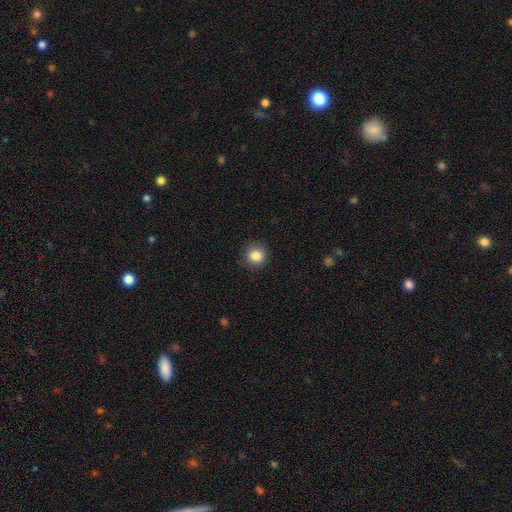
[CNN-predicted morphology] Overall: smooth (85%). How rounded: round (89%). Merging: none (88%).